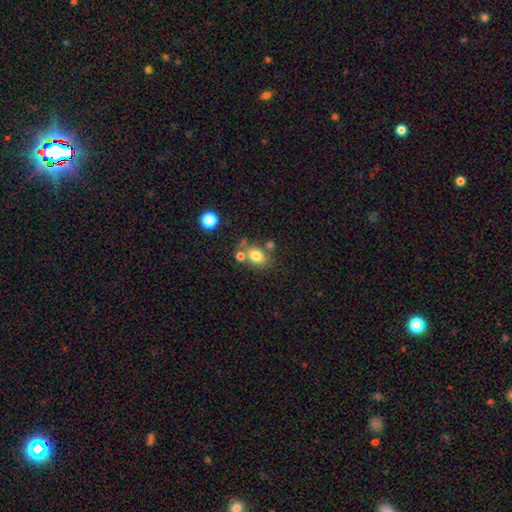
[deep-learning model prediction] Smooth or featured? Predicted: smooth (p=0.77). How rounded? Predicted: in between (p=0.58). Merging? Predicted: none (p=0.57).